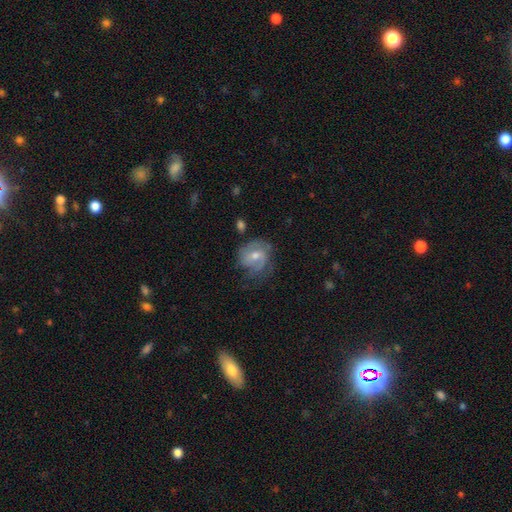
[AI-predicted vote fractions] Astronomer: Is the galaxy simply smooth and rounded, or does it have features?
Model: featured or disk — 58% (runner-up: smooth, 35%).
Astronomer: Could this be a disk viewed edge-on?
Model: no — 97%.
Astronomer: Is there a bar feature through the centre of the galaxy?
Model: no — 45% (runner-up: weak, 44%).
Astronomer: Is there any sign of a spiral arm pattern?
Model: yes — 77%.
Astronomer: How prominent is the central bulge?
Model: moderate — 62%.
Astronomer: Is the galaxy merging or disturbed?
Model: none — 54%.